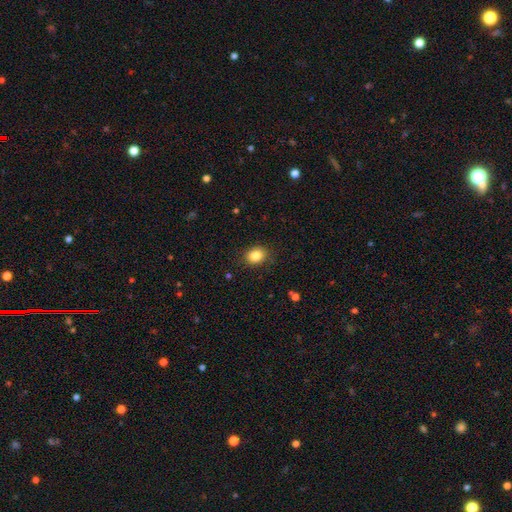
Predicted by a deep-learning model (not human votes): Smooth or featured: smooth — 84% (star or artifact — 10%)
How rounded: in between — 53% (round — 46%)
Merging: none — 87% (minor disturbance — 9%)